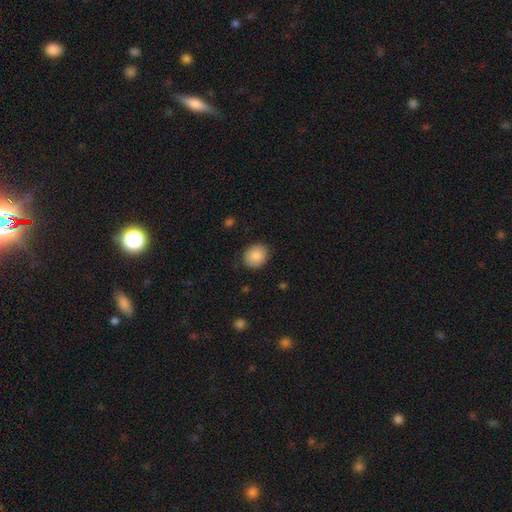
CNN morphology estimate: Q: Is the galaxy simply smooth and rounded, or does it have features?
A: smooth — 86%.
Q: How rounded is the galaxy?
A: round — 65%.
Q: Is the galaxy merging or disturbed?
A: none — 86%.